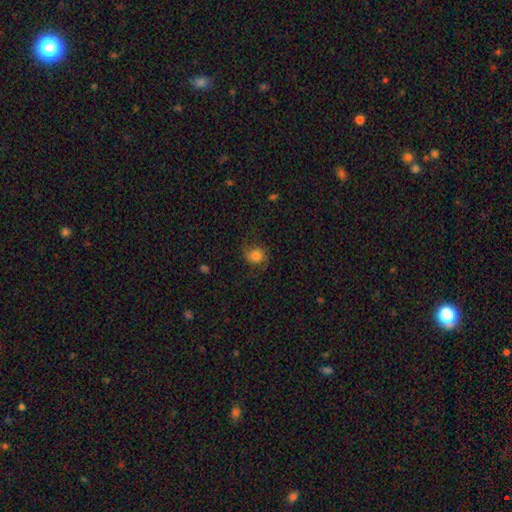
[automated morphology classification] The model was most divided on "smooth or featured": smooth: 53%, featured or disk: 35%, star or artifact: 11%. More confident: how rounded — round (70%); merging — none (65%).